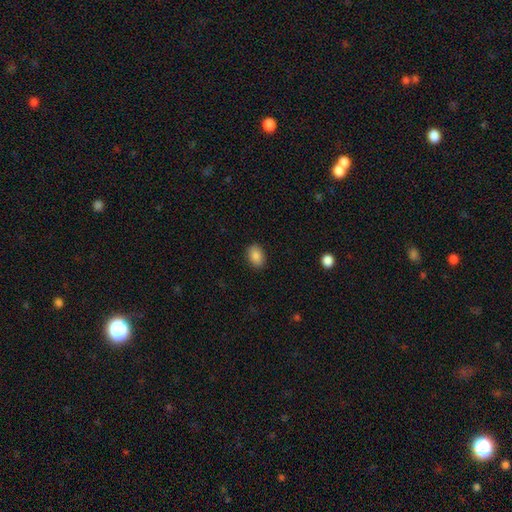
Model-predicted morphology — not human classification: Smooth or featured? Predicted: smooth (p=0.87). How rounded? Predicted: in between (p=0.80). Merging? Predicted: none (p=0.89).